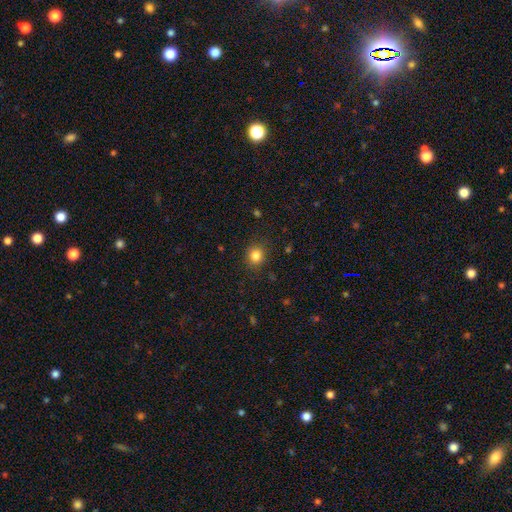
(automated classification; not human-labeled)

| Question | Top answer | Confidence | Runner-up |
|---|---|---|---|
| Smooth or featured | smooth | 83% | star or artifact (12%) |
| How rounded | round | 85% | in between (14%) |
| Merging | none | 88% | minor disturbance (8%) |